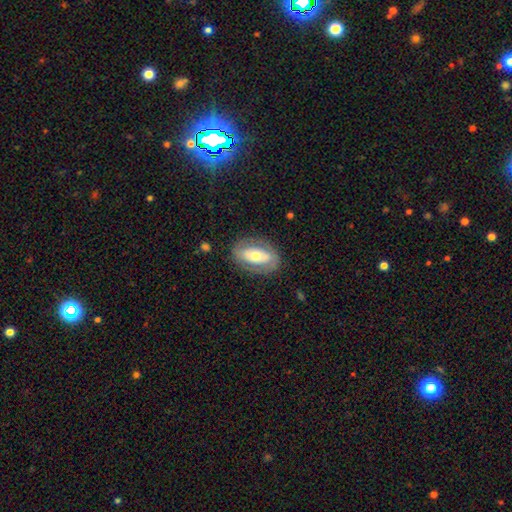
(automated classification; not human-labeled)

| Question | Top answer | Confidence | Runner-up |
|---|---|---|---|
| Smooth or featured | featured or disk | 52% | smooth (42%) |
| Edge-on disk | no | 89% | yes (11%) |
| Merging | none | 79% | minor disturbance (14%) |